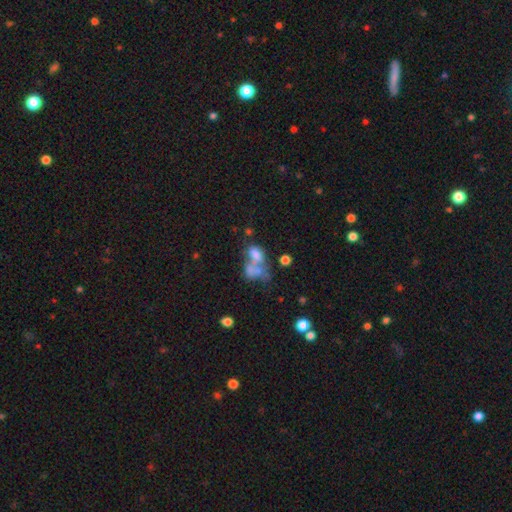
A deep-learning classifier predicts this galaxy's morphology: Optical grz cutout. It shows a smooth galaxy with no disk features (59%) that is in between round and cigar-shaped (78%). Merging: merger (62%).